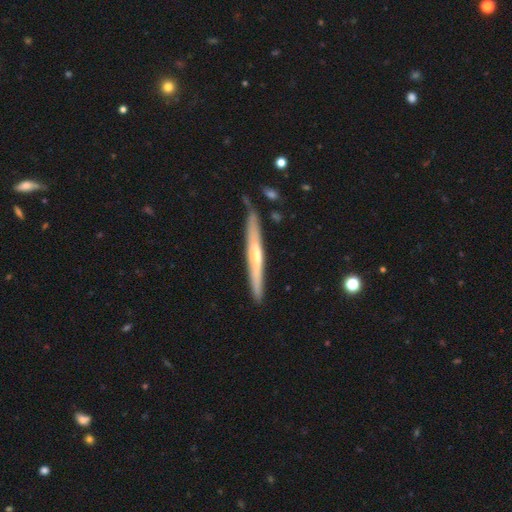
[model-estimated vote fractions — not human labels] smooth-or-featured: featured or disk: 62% | smooth: 32% | star or artifact: 5%
  disk-edge-on: yes: 94% | no: 6%
    edge-on-bulge: rounded: 60% | none: 35% | boxy: 5%
  merging: none: 84% | minor disturbance: 12% | merger: 2% | major disturbance: 2%